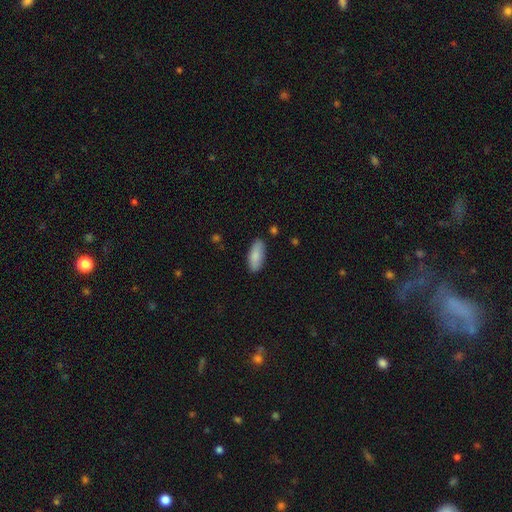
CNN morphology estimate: The model was most divided on "how rounded": in between: 86%, cigar-shaped: 13%, round: 2%. More confident: smooth or featured — smooth (86%); merging — none (85%).